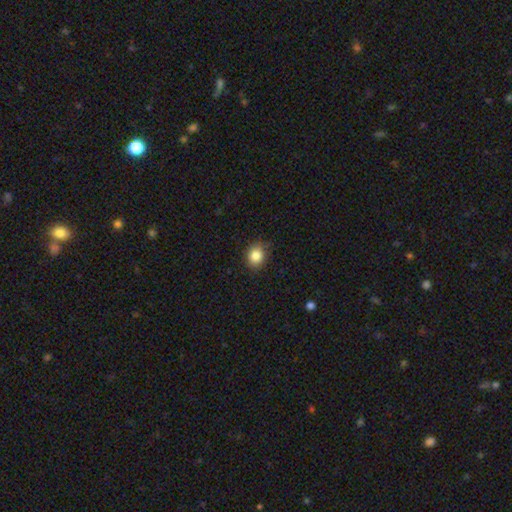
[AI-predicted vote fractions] Smooth or featured?
  - smooth: 84% *
  - star or artifact: 10%
  - featured or disk: 5%
How rounded?
  - round: 66% *
  - in between: 33%
  - cigar-shaped: 1%
Merging?
  - none: 80% *
  - minor disturbance: 16%
  - major disturbance: 3%
  - merger: 1%